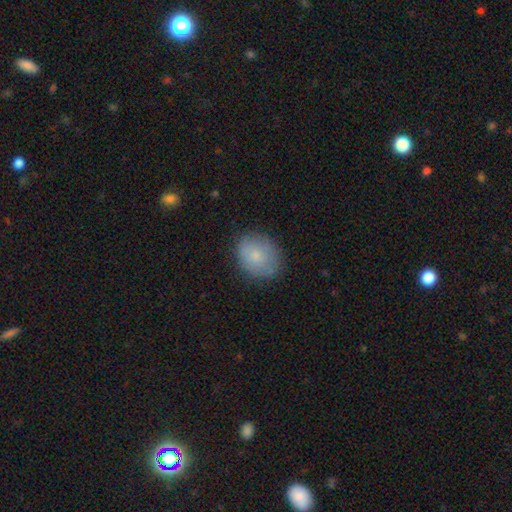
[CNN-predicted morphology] A smooth galaxy with no disk features (78%) that is round (54%). Merging: none (79%).